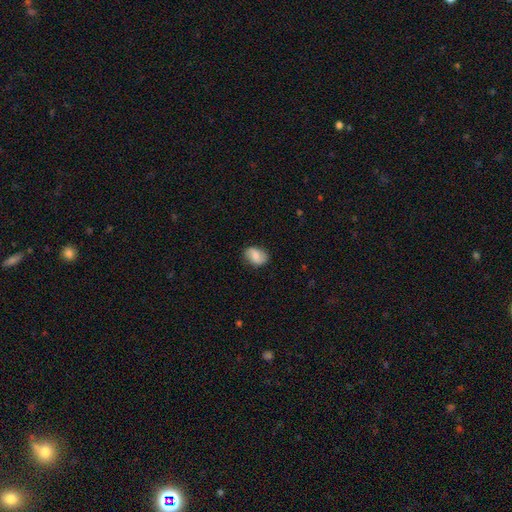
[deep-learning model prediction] Morphology: type=smooth (62%); roundness=in between (71%); merging=none (79%).